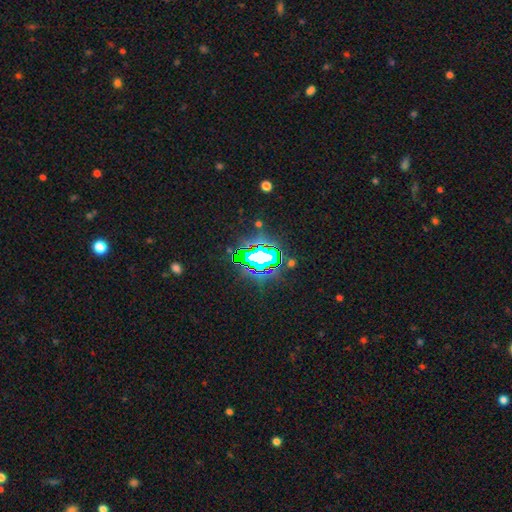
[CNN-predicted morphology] Q: Smooth or featured?
A: star or artifact (73%); runner-up: smooth (15%)